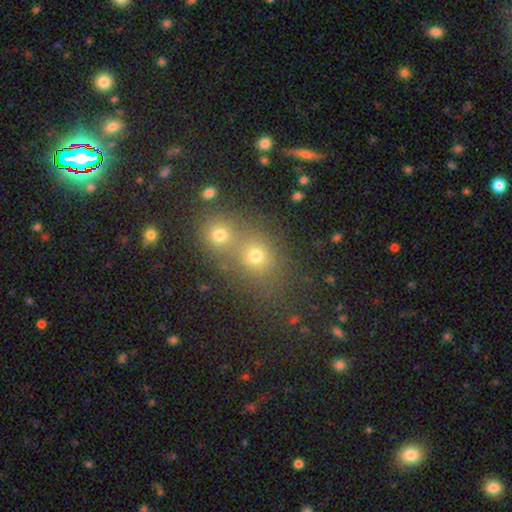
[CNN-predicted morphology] Smooth or featured? Predicted: smooth (p=0.69). How rounded? Predicted: round (p=0.69). Merging? Predicted: merger (p=0.51).